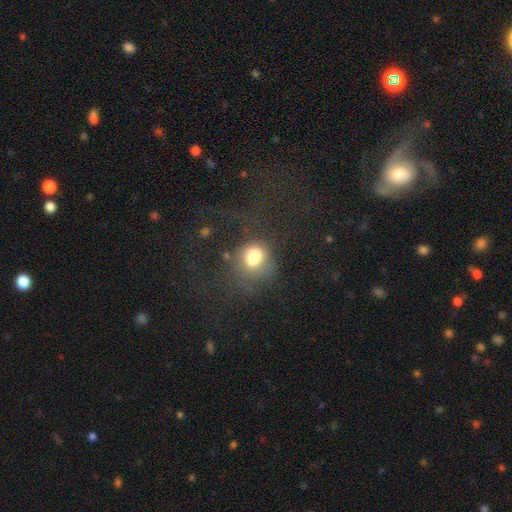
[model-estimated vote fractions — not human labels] Smooth or featured? smooth (70%)
How rounded? round (61%)
Merging? none (38%)